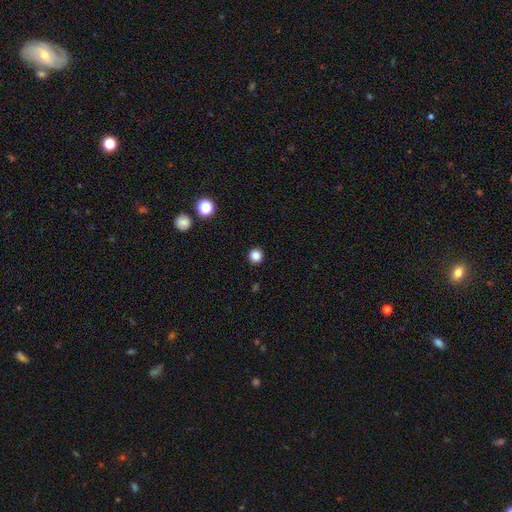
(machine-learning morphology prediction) A smooth galaxy with no disk features (85%) that is round (95%).

Vote fractions:
- Smooth or featured? smooth: 85% / star or artifact: 12% / featured or disk: 3%
- How rounded? round: 95% / in between: 4% / cigar-shaped: 1%
- Merging? none: 93% / minor disturbance: 4% / major disturbance: 2% / merger: 1%